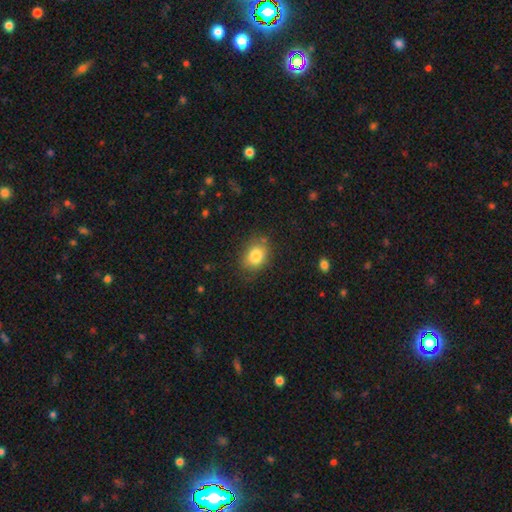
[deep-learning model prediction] Smooth or featured? smooth (82%)
How rounded? in between (65%)
Merging? none (75%)